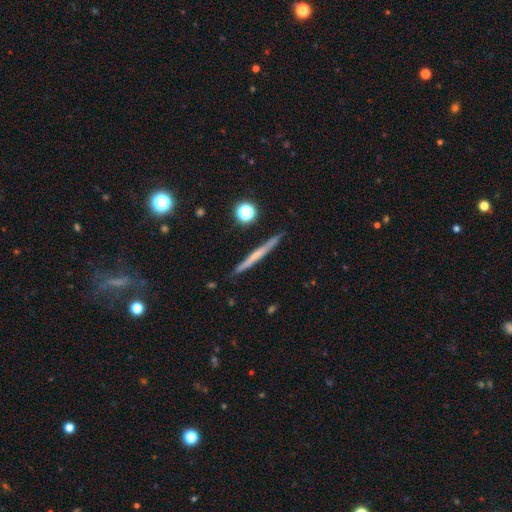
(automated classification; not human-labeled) Smooth or featured? featured or disk (50%)
Merging? none (90%)